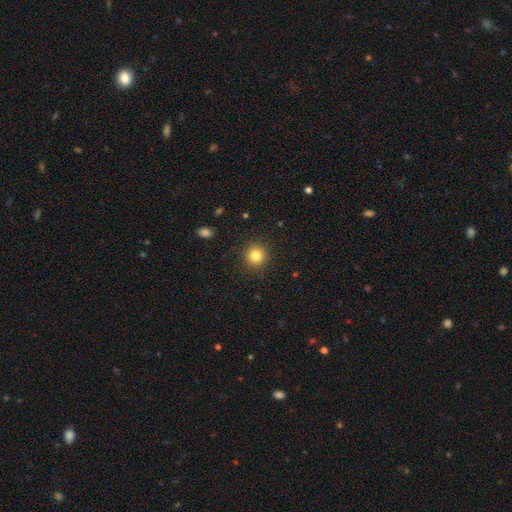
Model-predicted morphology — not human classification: Smooth or featured? Predicted: smooth (p=0.83). How rounded? Predicted: round (p=0.92). Merging? Predicted: none (p=0.90).